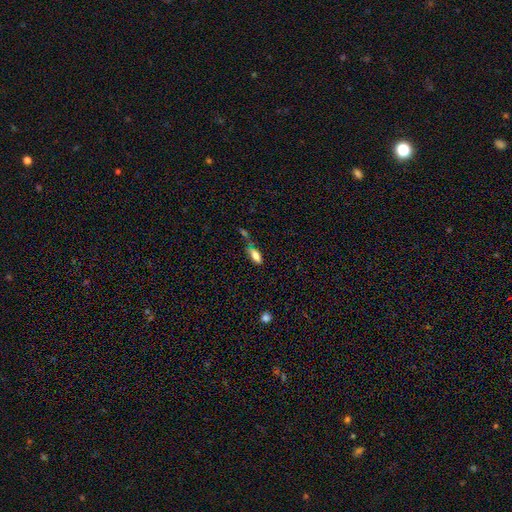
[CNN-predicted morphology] Smooth or featured? Predicted: smooth (p=0.74). How rounded? Predicted: in between (p=0.80). Merging? Predicted: none (p=0.46).